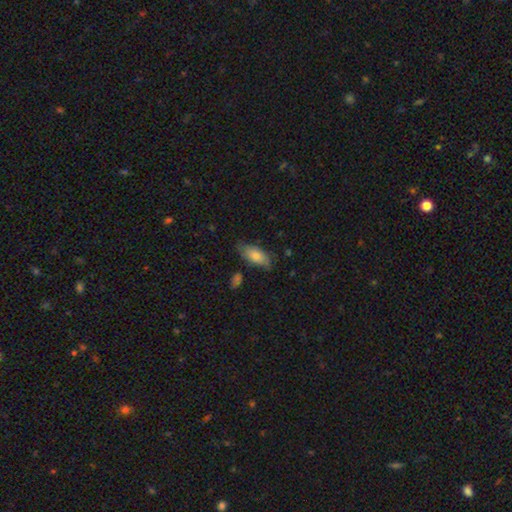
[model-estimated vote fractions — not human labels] Smooth or featured? Predicted: smooth (p=0.70). How rounded? Predicted: in between (p=0.87). Merging? Predicted: none (p=0.69).